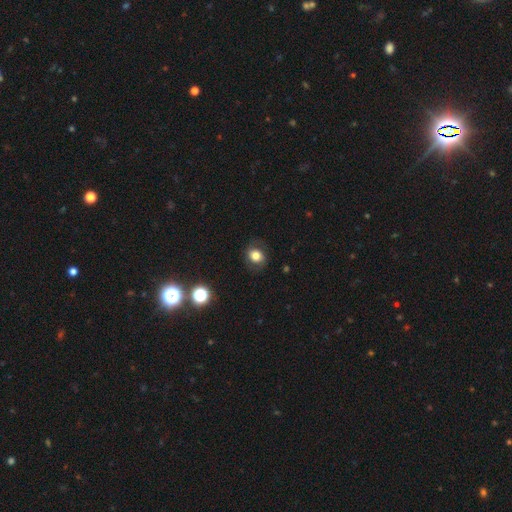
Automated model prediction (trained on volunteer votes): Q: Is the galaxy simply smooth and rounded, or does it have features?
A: smooth — 70%.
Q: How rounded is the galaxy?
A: round — 56%.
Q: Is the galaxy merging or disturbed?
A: none — 77%.